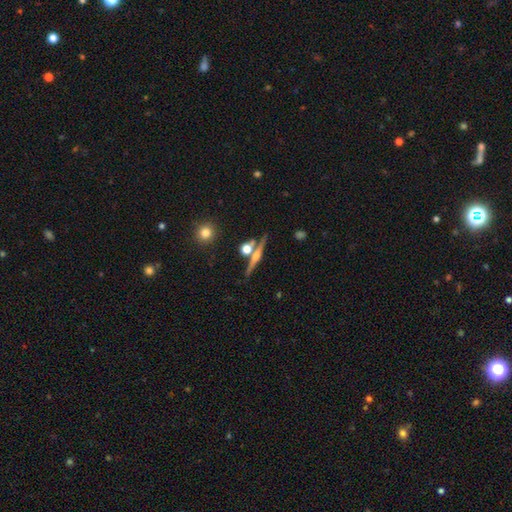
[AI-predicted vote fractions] smooth_or_featured: featured or disk (p=0.67) [alt: smooth p=0.23]
disk_edge_on: yes (p=0.95) [alt: no p=0.05]
edge_on_bulge: rounded (p=0.80) [alt: none p=0.12]
merging: none (p=0.75) [alt: merger p=0.14]